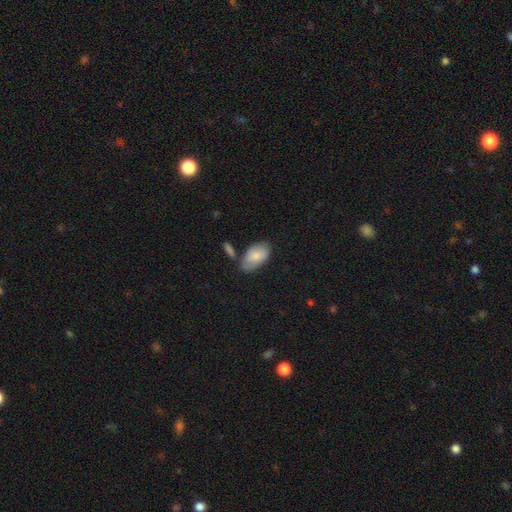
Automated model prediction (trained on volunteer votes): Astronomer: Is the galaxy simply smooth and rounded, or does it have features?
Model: smooth — 76%.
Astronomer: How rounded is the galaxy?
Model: in between — 94%.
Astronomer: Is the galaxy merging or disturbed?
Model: none — 58%.